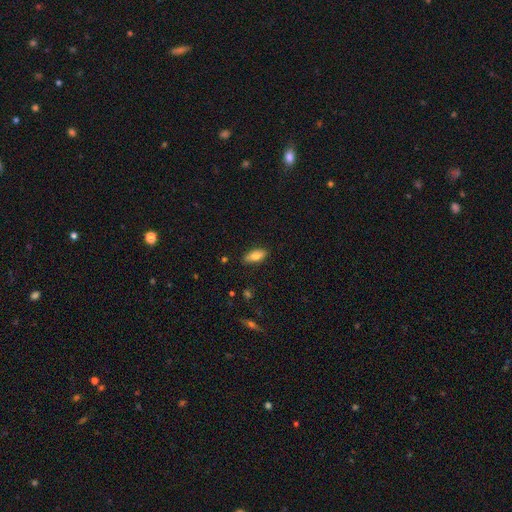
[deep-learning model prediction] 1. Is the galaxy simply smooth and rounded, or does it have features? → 78% smooth, 15% featured or disk, 7% star or artifact.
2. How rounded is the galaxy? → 78% in between, 20% cigar-shaped, 2% round.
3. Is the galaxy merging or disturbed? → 84% none, 12% minor disturbance, 2% major disturbance, 1% merger.